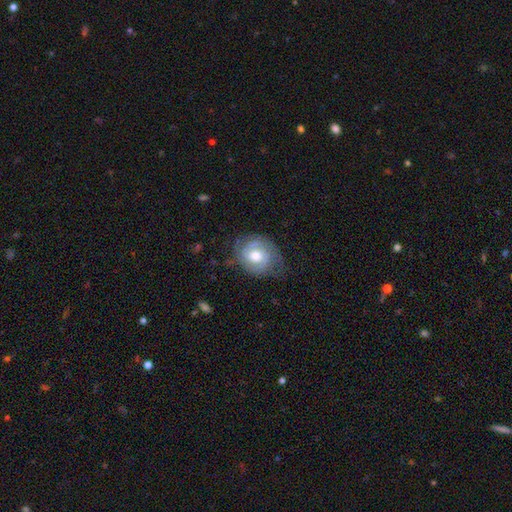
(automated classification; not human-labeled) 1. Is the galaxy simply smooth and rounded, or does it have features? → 71% featured or disk, 23% smooth, 6% star or artifact.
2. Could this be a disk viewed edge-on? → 97% no, 3% yes.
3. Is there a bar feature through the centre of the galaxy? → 66% no, 29% weak, 5% strong.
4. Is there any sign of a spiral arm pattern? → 89% yes, 11% no.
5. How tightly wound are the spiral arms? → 60% tight, 31% medium, 9% loose.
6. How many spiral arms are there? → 59% 2, 22% can't tell, 9% 3, 6% 1, 2% 4, 2% more than 4.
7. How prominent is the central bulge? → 71% moderate, 14% large, 13% small, 1% none, 1% dominant.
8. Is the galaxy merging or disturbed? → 67% none, 22% minor disturbance, 10% major disturbance, 1% merger.